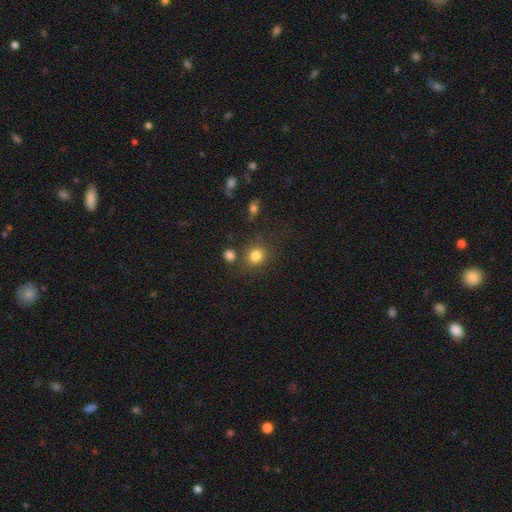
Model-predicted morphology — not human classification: This appears to be a smooth galaxy with no disk features (81%) that is round (79%). Merging: none (76%).